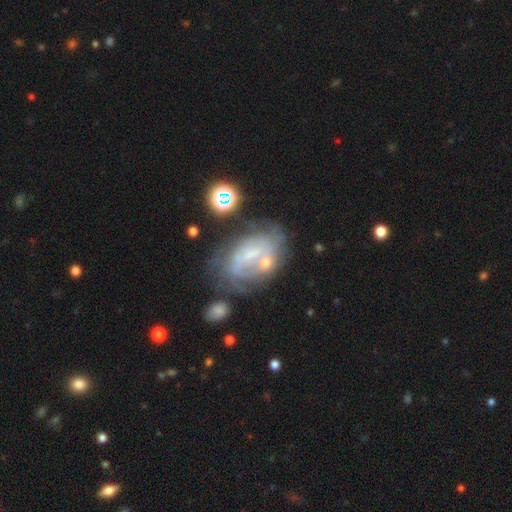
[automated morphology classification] Overall: featured or disk (62%; smooth 24%). Edge-on disk: no (96%). Bar: no (54%; weak 34%). Spiral arms: yes (54%; no 46%). Bulge size: small (53%; none 25%). Merging: none (42%; minor disturbance 22%).